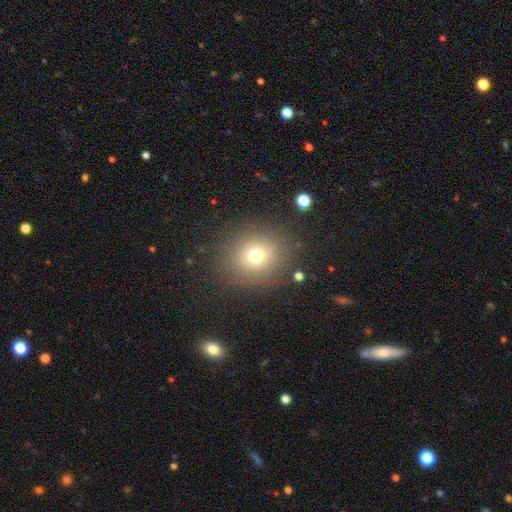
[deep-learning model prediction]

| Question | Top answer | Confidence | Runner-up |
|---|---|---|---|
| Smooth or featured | smooth | 71% | star or artifact (18%) |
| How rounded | round | 80% | in between (19%) |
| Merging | none | 85% | minor disturbance (9%) |